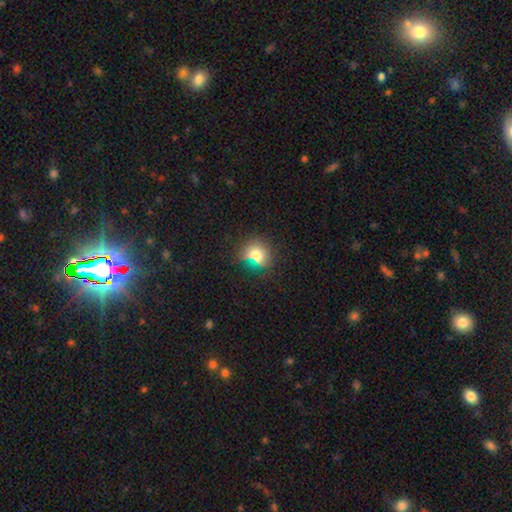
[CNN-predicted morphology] This is likely a smooth galaxy (74%). How rounded: likely round (77%). Merging: likely none (74%).